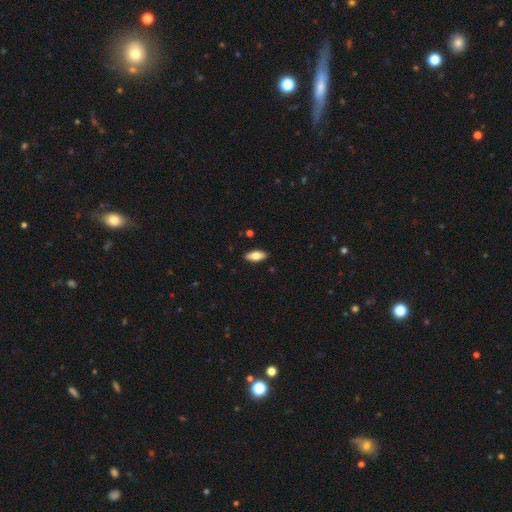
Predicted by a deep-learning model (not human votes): A smooth galaxy with no disk features (72%) that is in between round and cigar-shaped (84%).

Vote fractions:
- Smooth or featured? smooth: 72% / featured or disk: 21% / star or artifact: 6%
- How rounded? in between: 84% / cigar-shaped: 13% / round: 2%
- Merging? none: 89% / minor disturbance: 8% / major disturbance: 2% / merger: 1%